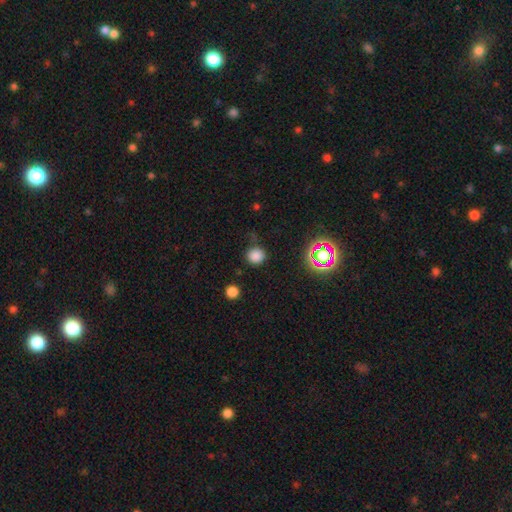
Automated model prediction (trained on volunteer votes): A smooth galaxy with no disk features (78%) that is round (92%). Merging: none (82%).